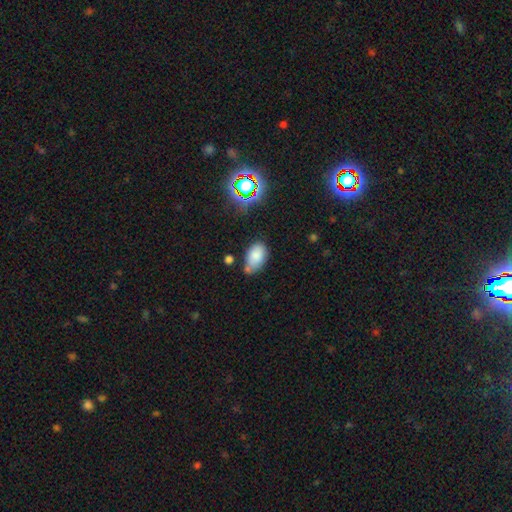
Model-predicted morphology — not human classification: Q: Smooth or featured?
A: smooth (80%); runner-up: star or artifact (12%)
Q: How rounded?
A: in between (91%); runner-up: round (7%)
Q: Merging?
A: none (59%); runner-up: minor disturbance (25%)